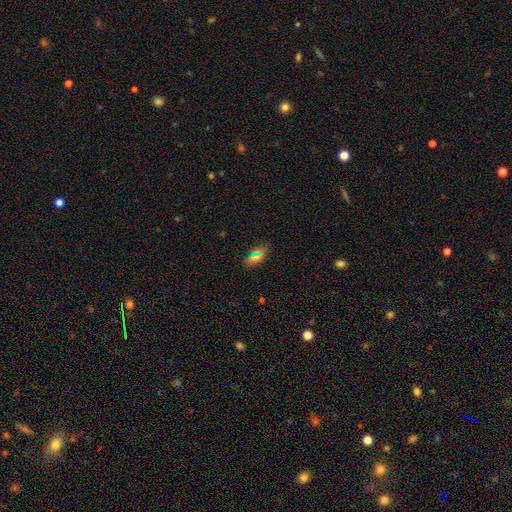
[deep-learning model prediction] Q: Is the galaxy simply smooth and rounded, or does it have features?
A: smooth — 65%.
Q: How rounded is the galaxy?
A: in between — 86%.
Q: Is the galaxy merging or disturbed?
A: none — 85%.